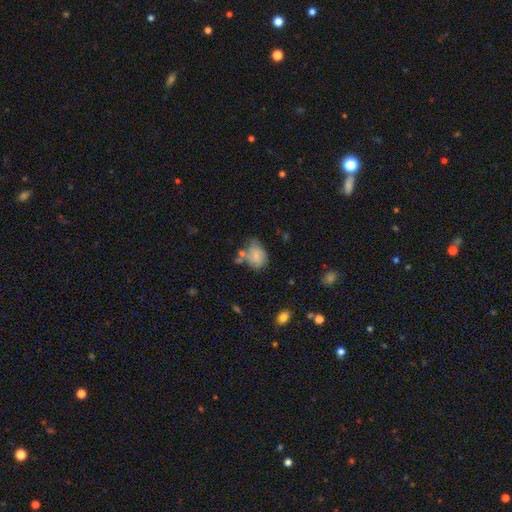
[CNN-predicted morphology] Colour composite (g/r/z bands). It shows a smooth galaxy with no disk features (78%) that is in between round and cigar-shaped (62%). Merging: none (44%).